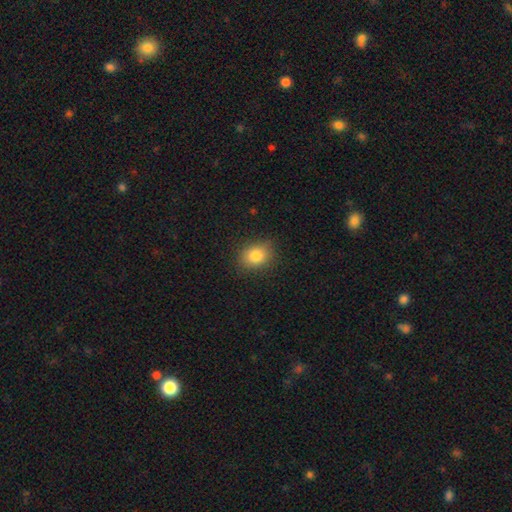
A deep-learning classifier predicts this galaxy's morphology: smooth 83%, star or artifact 10%, featured or disk 7%. Down the decision tree: how rounded — in between (58%); merging — none (83%).